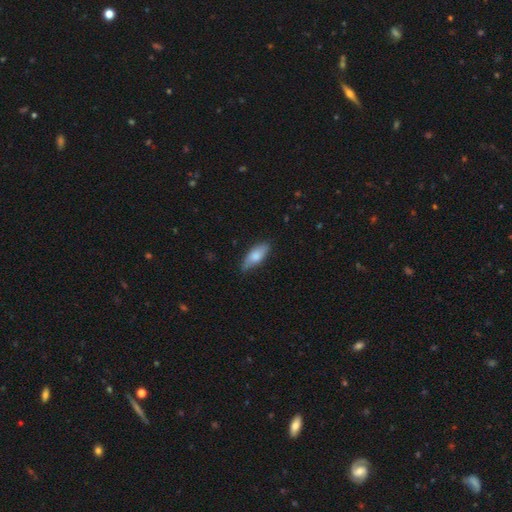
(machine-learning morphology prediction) Smooth or featured? Predicted: smooth (p=0.75). How rounded? Predicted: in between (p=0.74). Merging? Predicted: none (p=0.80).